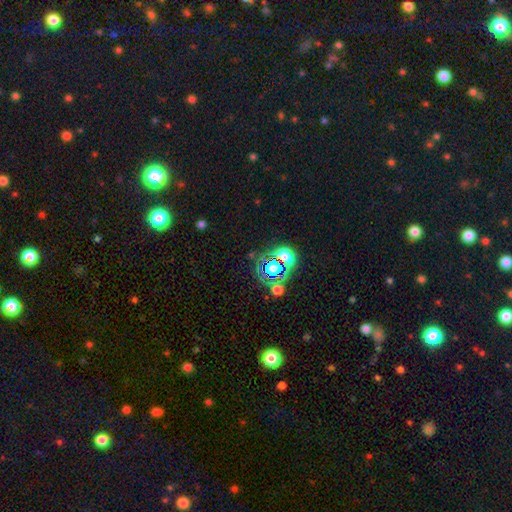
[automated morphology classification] star or artifact 74%, smooth 18%, featured or disk 8%.